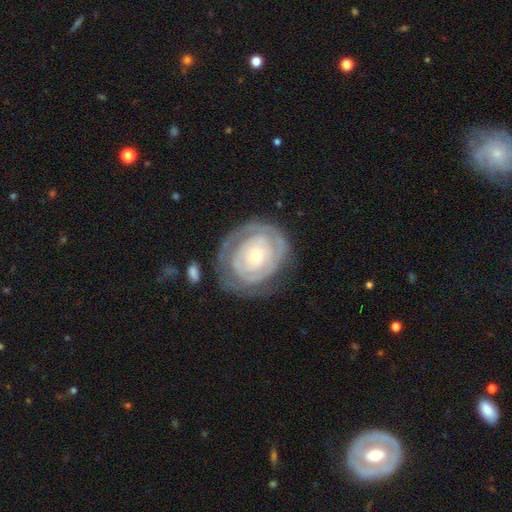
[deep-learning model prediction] Q: Smooth or featured?
A: featured or disk (73%); runner-up: smooth (22%)
Q: Edge-on disk?
A: no (97%); runner-up: yes (3%)
Q: Bar?
A: no (84%); runner-up: weak (12%)
Q: Spiral arms?
A: yes (74%); runner-up: no (26%)
Q: Spiral winding?
A: tight (82%); runner-up: medium (13%)
Q: Spiral arm count?
A: can't tell (51%); runner-up: 2 (19%)
Q: Bulge size?
A: small (76%); runner-up: moderate (18%)
Q: Merging?
A: none (67%); runner-up: minor disturbance (20%)